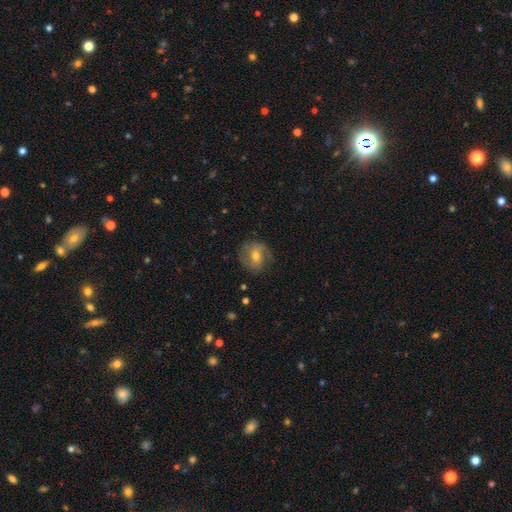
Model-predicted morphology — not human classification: A featured or disk galaxy (50%). Merging: none (74%).